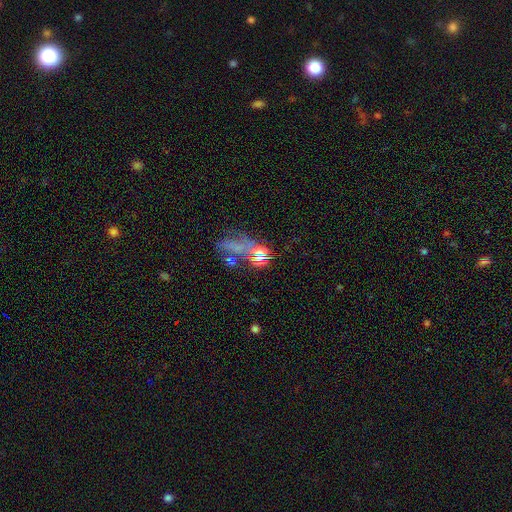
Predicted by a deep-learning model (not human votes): Smooth or featured? star or artifact (41%)